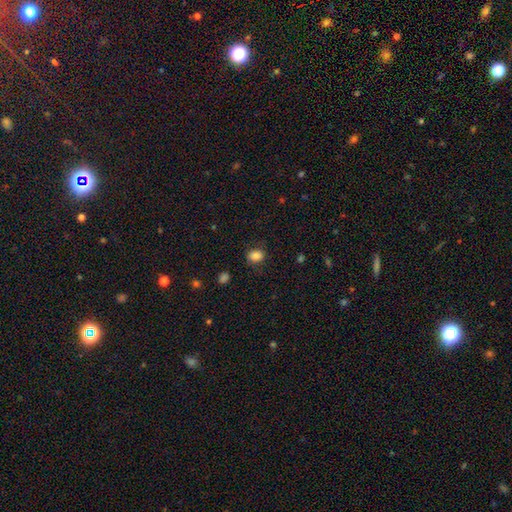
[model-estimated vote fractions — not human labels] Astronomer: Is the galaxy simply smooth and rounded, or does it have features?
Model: smooth — 83%.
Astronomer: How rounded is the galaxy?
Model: in between — 55% (runner-up: round, 44%).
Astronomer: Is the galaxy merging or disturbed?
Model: none — 78%.